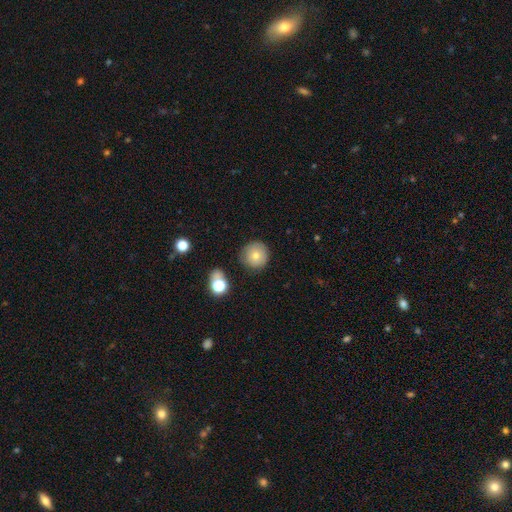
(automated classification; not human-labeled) A smooth galaxy with no disk features (72%) that is round (95%). Merging: none (82%).